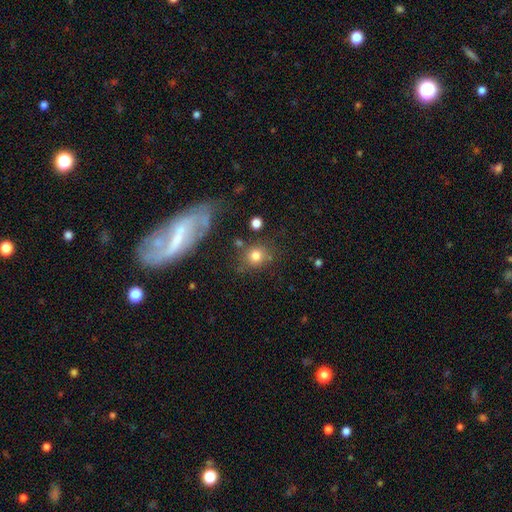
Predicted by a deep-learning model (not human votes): A smooth galaxy with no disk features (78%) that is round (80%).

Vote fractions:
- Smooth or featured? smooth: 78% / star or artifact: 12% / featured or disk: 10%
- How rounded? round: 80% / in between: 18% / cigar-shaped: 2%
- Merging? none: 70% / minor disturbance: 14% / merger: 10% / major disturbance: 6%